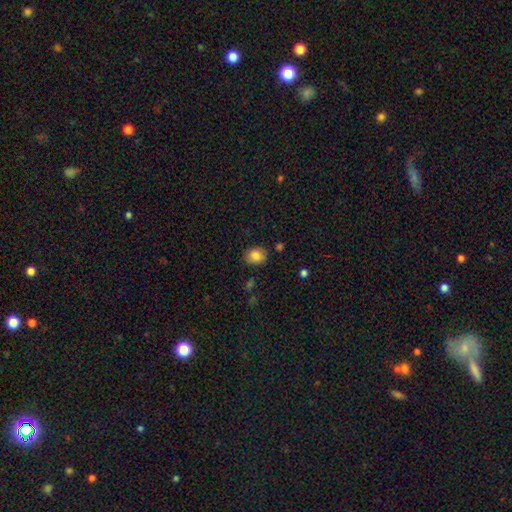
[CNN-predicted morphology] smooth-or-featured: smooth: 85% | star or artifact: 9% | featured or disk: 6%
  how-rounded: in between: 50% | round: 49% | cigar-shaped: 1%
  merging: none: 84% | minor disturbance: 11% | major disturbance: 3% | merger: 2%